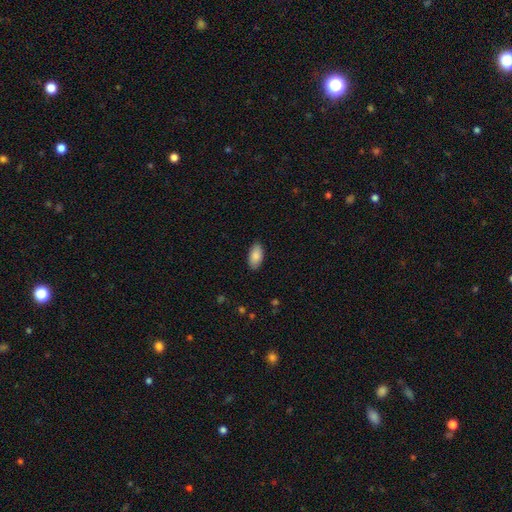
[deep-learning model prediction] Smooth or featured? Predicted: smooth (p=0.87). How rounded? Predicted: in between (p=0.94). Merging? Predicted: none (p=0.87).